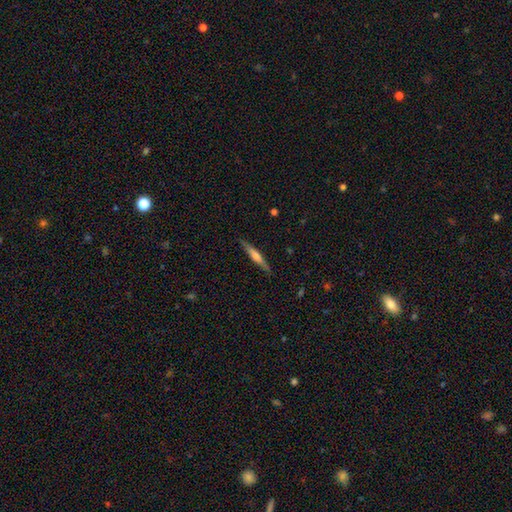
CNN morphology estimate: smooth-or-featured: featured or disk: 52% | smooth: 42% | star or artifact: 6%
  disk-edge-on: yes: 96% | no: 4%
  merging: none: 88% | minor disturbance: 9% | major disturbance: 2% | merger: 1%